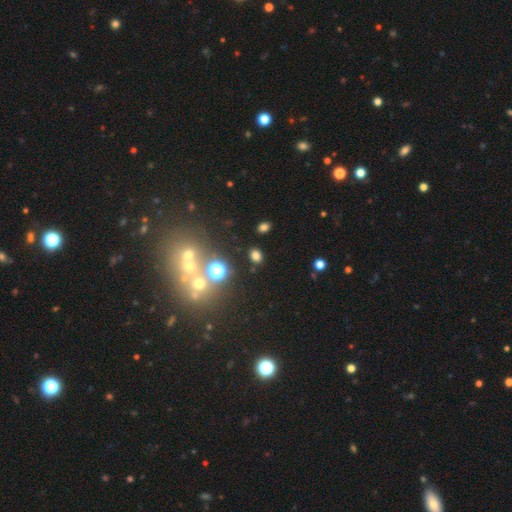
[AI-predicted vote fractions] A smooth galaxy with no disk features (70%) that is in between round and cigar-shaped (63%).

Vote fractions:
- Smooth or featured? smooth: 70% / star or artifact: 23% / featured or disk: 7%
- How rounded? in between: 63% / round: 35% / cigar-shaped: 2%
- Merging? none: 84% / minor disturbance: 8% / merger: 4% / major disturbance: 3%